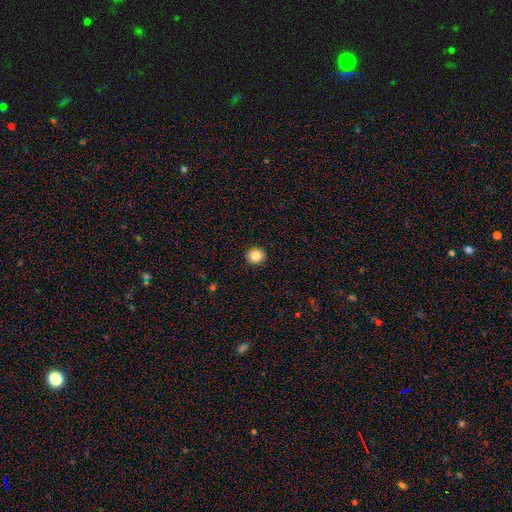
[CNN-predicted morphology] Smooth or featured? smooth (84%)
How rounded? round (86%)
Merging? none (92%)